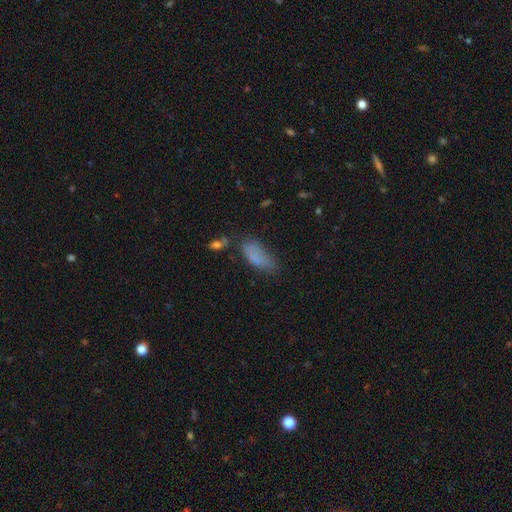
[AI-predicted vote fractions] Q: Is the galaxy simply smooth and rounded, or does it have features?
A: smooth — 78%.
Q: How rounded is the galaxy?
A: in between — 74%.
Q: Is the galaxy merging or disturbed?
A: none — 50%.